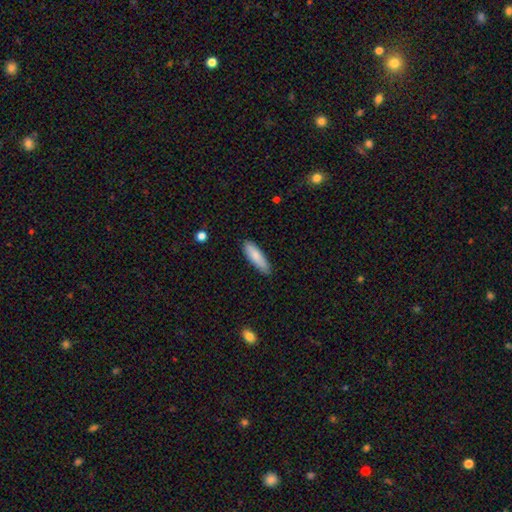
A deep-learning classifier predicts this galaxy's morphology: The model was most divided on "how rounded": cigar-shaped: 53%, in between: 45%, round: 2%. More confident: merging — none (85%); smooth or featured — smooth (82%).